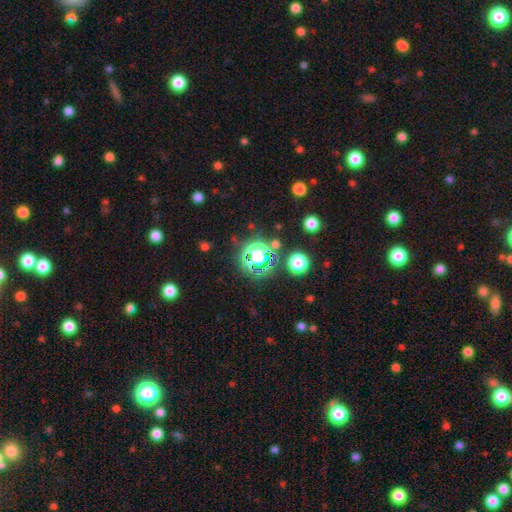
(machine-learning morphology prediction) Smooth or featured: star or artifact — 62% (smooth — 28%)